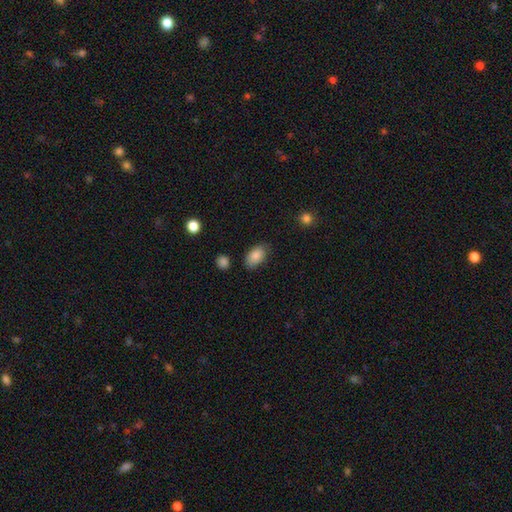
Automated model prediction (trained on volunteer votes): smooth-or-featured: smooth: 86% | star or artifact: 7% | featured or disk: 6%
  how-rounded: in between: 92% | round: 6% | cigar-shaped: 2%
  merging: none: 76% | minor disturbance: 19% | major disturbance: 4% | merger: 2%